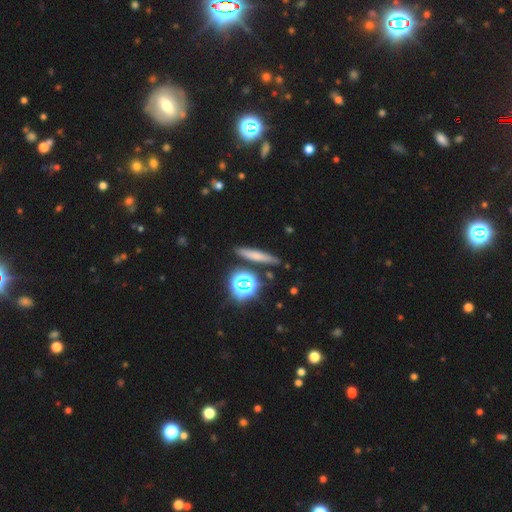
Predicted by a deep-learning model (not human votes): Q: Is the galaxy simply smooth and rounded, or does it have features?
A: smooth — 58%.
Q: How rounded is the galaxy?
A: cigar-shaped — 76%.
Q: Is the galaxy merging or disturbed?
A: none — 84%.